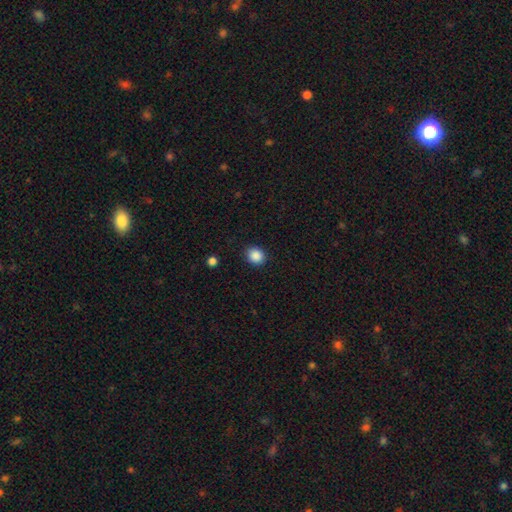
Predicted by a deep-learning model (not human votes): Smooth or featured? smooth (88%)
How rounded? round (75%)
Merging? none (90%)